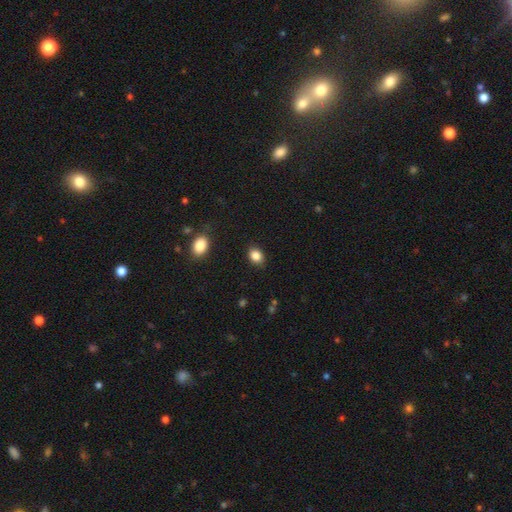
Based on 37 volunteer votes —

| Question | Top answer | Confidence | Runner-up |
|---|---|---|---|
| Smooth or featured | smooth | 92% | star or artifact (5%) |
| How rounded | in between | 68% | round (32%) |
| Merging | none | 83% | minor disturbance (17%) |